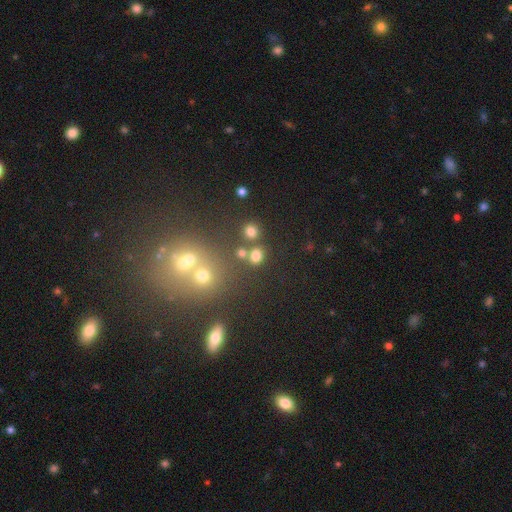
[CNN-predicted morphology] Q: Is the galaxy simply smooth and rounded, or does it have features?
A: smooth — 74%.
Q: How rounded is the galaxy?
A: round — 66%.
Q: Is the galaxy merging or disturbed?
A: none — 71%.